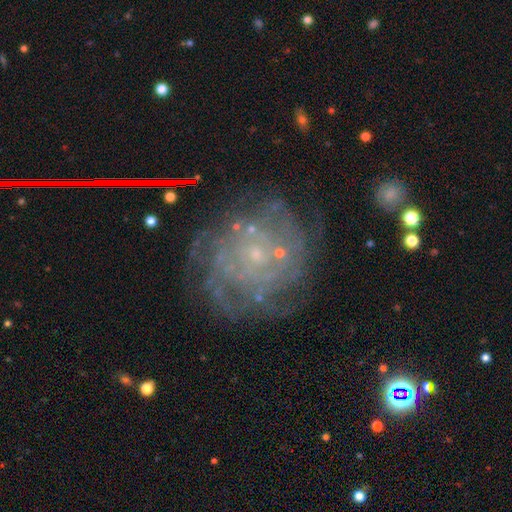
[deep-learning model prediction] Overall: featured or disk (75%). Edge-on disk: no (97%). Bar: no (81%). Spiral arms: yes (87%). Spiral arm count: can't tell (47%; 4 14%). Spiral winding: tight (72%). Bulge size: small (78%). Merging: none (71%).